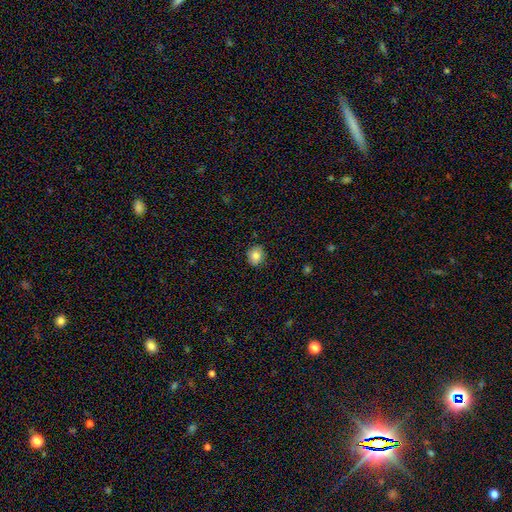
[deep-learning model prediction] Smooth or featured? smooth (82%)
How rounded? round (70%)
Merging? none (86%)